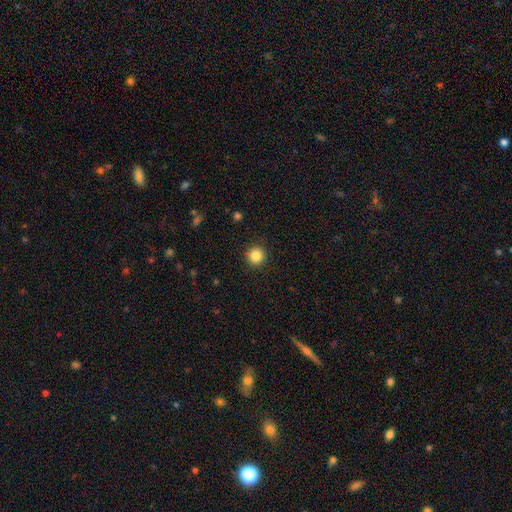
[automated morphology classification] type=smooth (86%); roundness=round (94%); merging=none (91%).